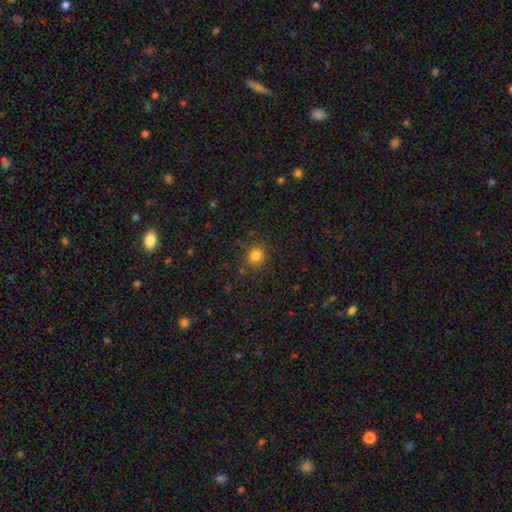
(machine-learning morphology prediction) A smooth galaxy with no disk features (82%) that is round (88%).

Vote fractions:
- Smooth or featured? smooth: 82% / star or artifact: 13% / featured or disk: 5%
- How rounded? round: 88% / in between: 11% / cigar-shaped: 1%
- Merging? none: 84% / minor disturbance: 10% / major disturbance: 3% / merger: 3%